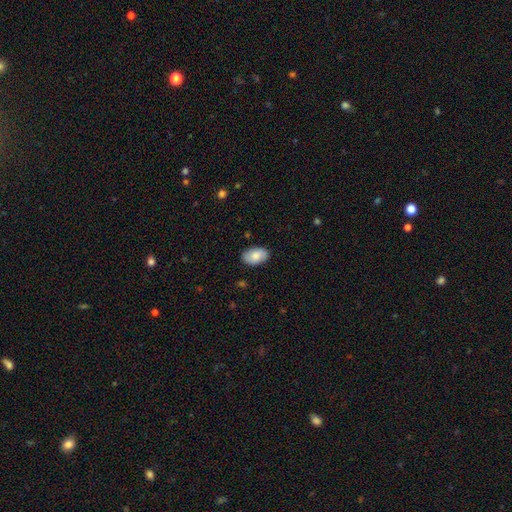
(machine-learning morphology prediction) Smooth or featured?
  - smooth: 82% *
  - featured or disk: 12%
  - star or artifact: 6%
How rounded?
  - in between: 92% *
  - round: 7%
  - cigar-shaped: 1%
Merging?
  - none: 85% *
  - minor disturbance: 11%
  - major disturbance: 2%
  - merger: 1%